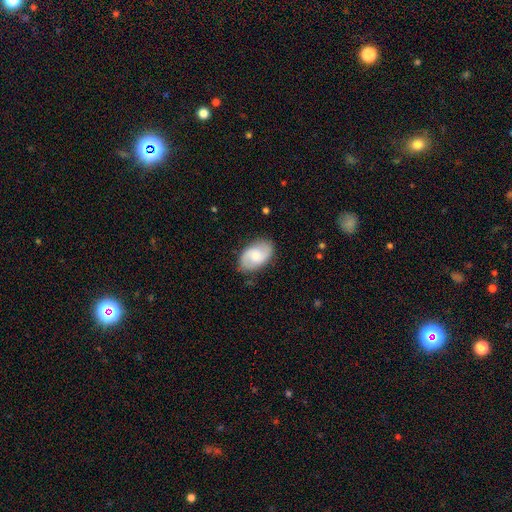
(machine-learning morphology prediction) Smooth or featured: featured or disk — 55% (smooth — 39%)
Edge-on disk: no — 96% (yes — 4%)
Bar: no — 57% (weak — 36%)
Spiral arms: yes — 86% (no — 14%)
Bulge size: moderate — 55% (small — 37%)
Merging: none — 82% (minor disturbance — 14%)